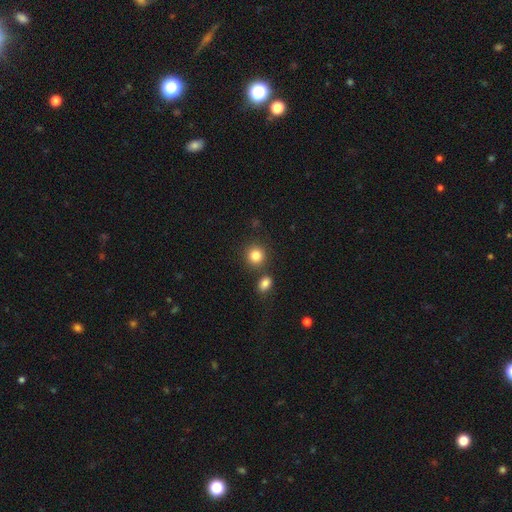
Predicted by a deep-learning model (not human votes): This is clearly a smooth galaxy (84%). How rounded: clearly round (88%). Merging: likely none (77%).